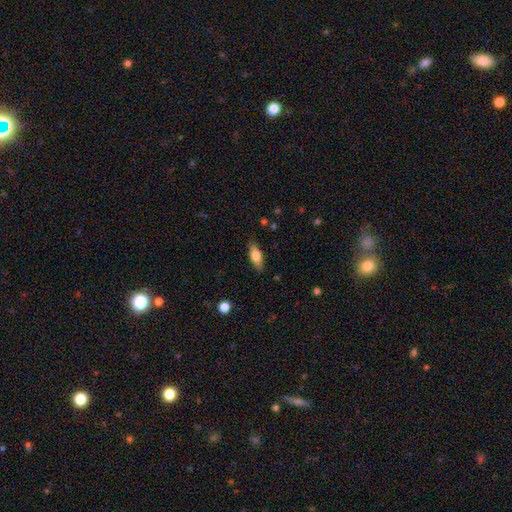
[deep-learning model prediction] This appears to be a smooth galaxy with no disk features (69%) that is in between round and cigar-shaped (64%). Merging: none (85%).